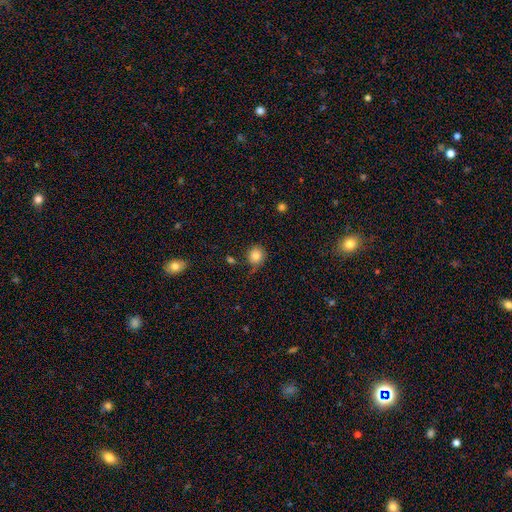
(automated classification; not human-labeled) Smooth or featured? Predicted: smooth (p=0.84). How rounded? Predicted: round (p=0.88). Merging? Predicted: none (p=0.69).